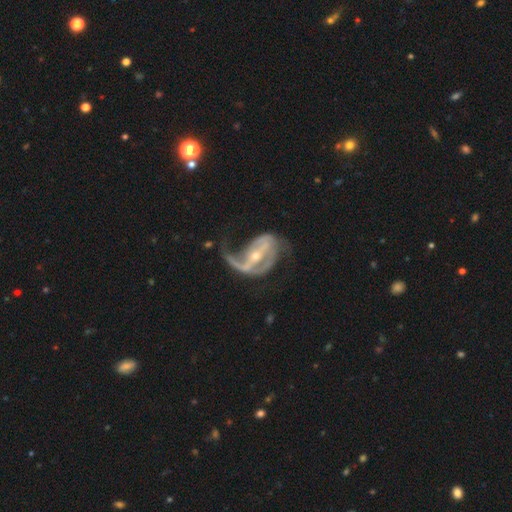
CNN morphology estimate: The model was most divided on "merging": major disturbance: 40%, none: 34%, minor disturbance: 21%, merger: 4%. Remaining: edge-on disk — no (96%); spiral arms — yes (92%); smooth or featured — featured or disk (88%); spiral arm count — 2 (64%); bulge size — small (61%); bar — strong (58%); spiral winding — loose (47%).